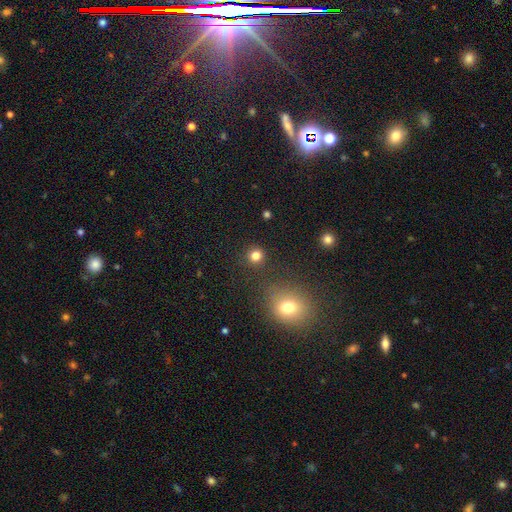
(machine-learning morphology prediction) Smooth or featured? Predicted: smooth (p=0.80). How rounded? Predicted: round (p=0.92). Merging? Predicted: none (p=0.89).